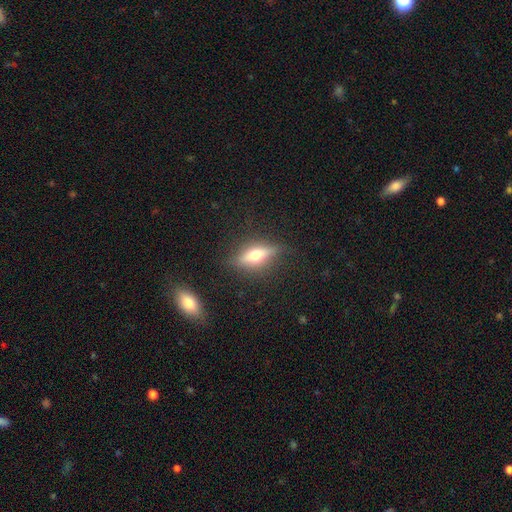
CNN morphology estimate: Q: Smooth or featured?
A: featured or disk (52%); runner-up: smooth (38%)
Q: Edge-on disk?
A: yes (87%); runner-up: no (13%)
Q: Merging?
A: none (81%); runner-up: minor disturbance (13%)